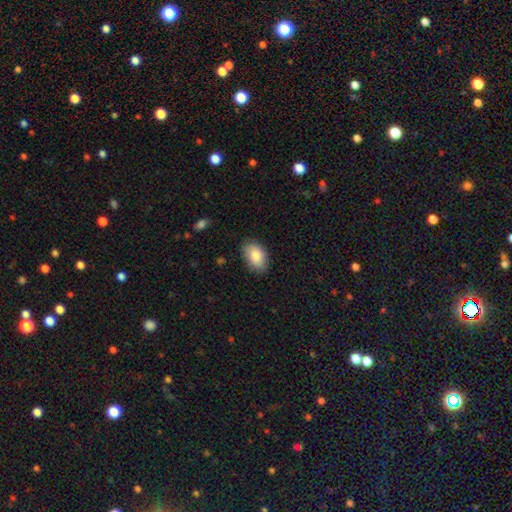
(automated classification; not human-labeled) A smooth galaxy with no disk features (86%) that is in between round and cigar-shaped (90%).

Vote fractions:
- Smooth or featured? smooth: 86% / featured or disk: 7% / star or artifact: 6%
- How rounded? in between: 90% / round: 9% / cigar-shaped: 1%
- Merging? none: 82% / minor disturbance: 14% / major disturbance: 3% / merger: 1%